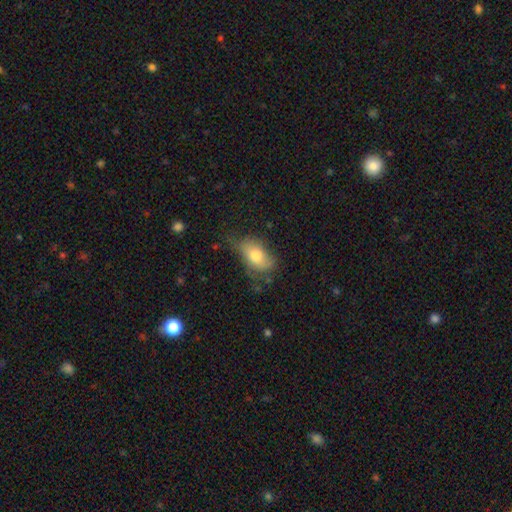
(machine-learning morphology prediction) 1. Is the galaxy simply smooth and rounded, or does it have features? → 73% smooth, 19% featured or disk, 8% star or artifact.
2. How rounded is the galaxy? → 88% in between, 8% round, 4% cigar-shaped.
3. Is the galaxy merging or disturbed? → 49% none, 35% minor disturbance, 14% major disturbance, 2% merger.